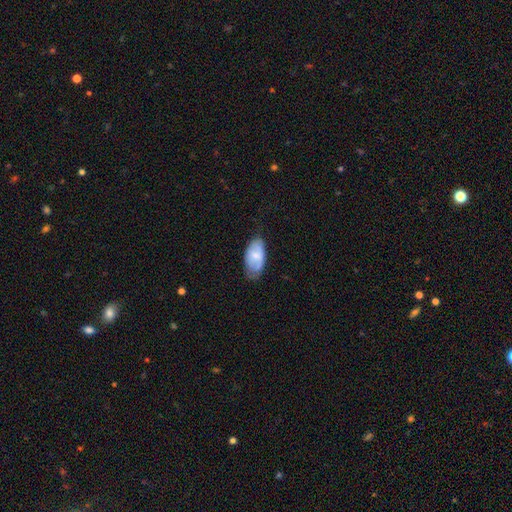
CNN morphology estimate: Smooth or featured?
  - smooth: 68% *
  - featured or disk: 25%
  - star or artifact: 7%
How rounded?
  - in between: 95% *
  - round: 3%
  - cigar-shaped: 2%
Merging?
  - none: 58% *
  - minor disturbance: 32%
  - major disturbance: 8%
  - merger: 2%